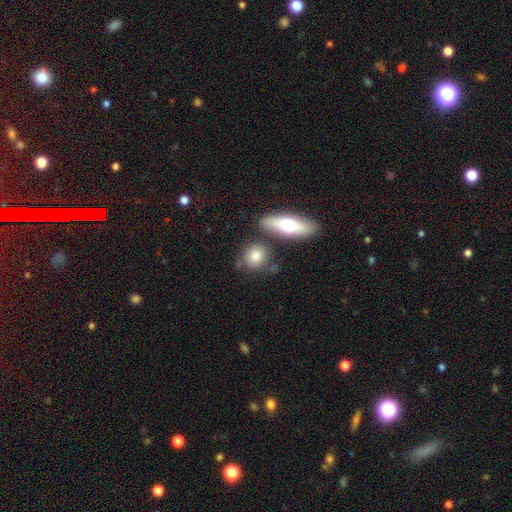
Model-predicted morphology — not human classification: Smooth or featured? smooth (79%)
How rounded? round (63%)
Merging? none (71%)